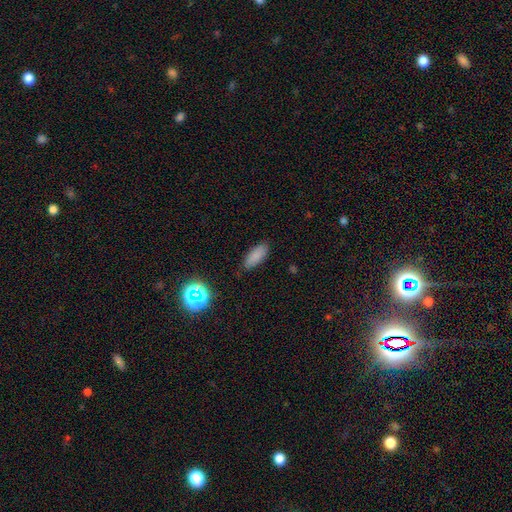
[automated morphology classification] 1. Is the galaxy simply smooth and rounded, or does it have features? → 83% smooth, 11% star or artifact, 6% featured or disk.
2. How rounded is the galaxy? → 77% in between, 21% cigar-shaped, 2% round.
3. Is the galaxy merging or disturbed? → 83% none, 13% minor disturbance, 3% major disturbance, 1% merger.